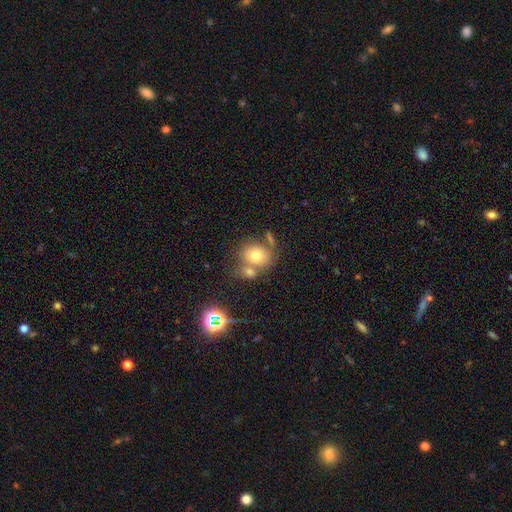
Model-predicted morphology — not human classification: smooth_or_featured: smooth (p=0.71) [alt: featured or disk p=0.16]
how_rounded: round (p=0.70) [alt: in between p=0.29]
merging: none (p=0.48) [alt: merger p=0.35]